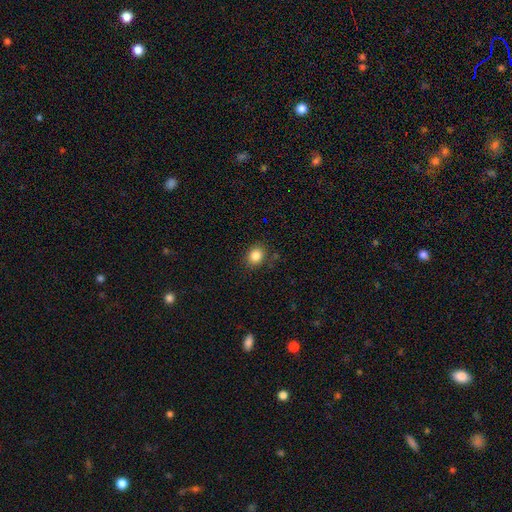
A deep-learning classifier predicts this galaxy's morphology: This is clearly a smooth galaxy (85%). How rounded: possibly round (60%). Merging: clearly none (84%).